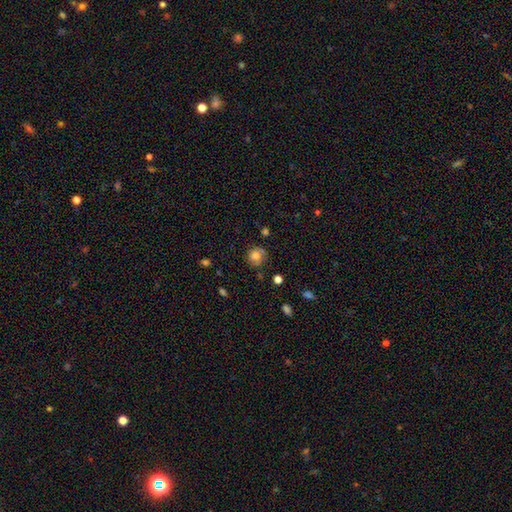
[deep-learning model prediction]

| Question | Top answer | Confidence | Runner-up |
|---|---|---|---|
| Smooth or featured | smooth | 76% | featured or disk (13%) |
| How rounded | round | 86% | in between (13%) |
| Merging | none | 70% | minor disturbance (20%) |